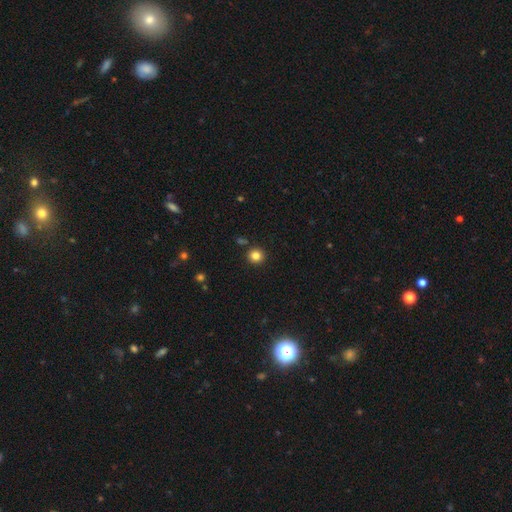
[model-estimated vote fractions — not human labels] Smooth or featured? Predicted: smooth (p=0.83). How rounded? Predicted: round (p=0.94). Merging? Predicted: none (p=0.90).